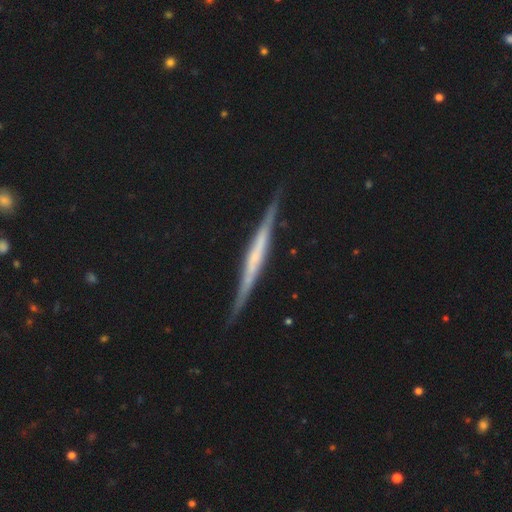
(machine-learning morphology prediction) Smooth or featured? Predicted: featured or disk (p=0.75). Edge-on disk? Predicted: yes (p=0.97). Edge-on bulge? Predicted: none (p=0.58). Merging? Predicted: none (p=0.86).